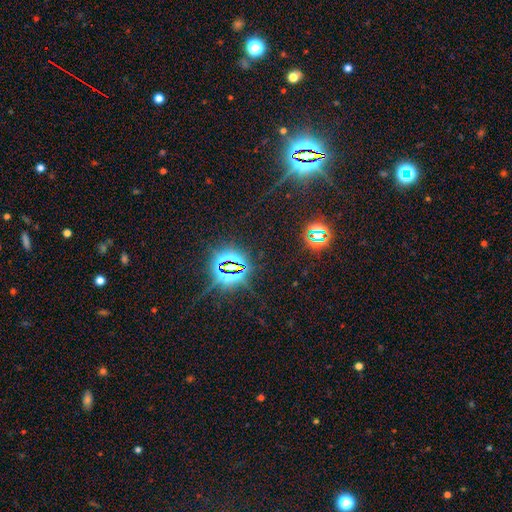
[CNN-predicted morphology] The model was most divided on "smooth or featured": star or artifact: 84%, smooth: 10%, featured or disk: 6%.